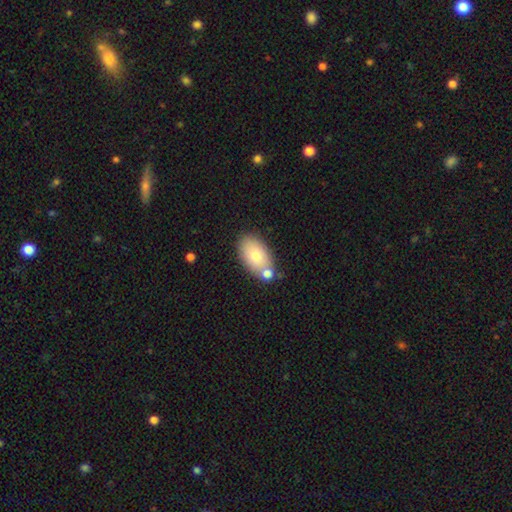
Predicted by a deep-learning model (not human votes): smooth-or-featured: smooth: 75% | featured or disk: 18% | star or artifact: 7%
  how-rounded: in between: 92% | round: 6% | cigar-shaped: 2%
  merging: none: 63% | merger: 21% | minor disturbance: 13% | major disturbance: 3%